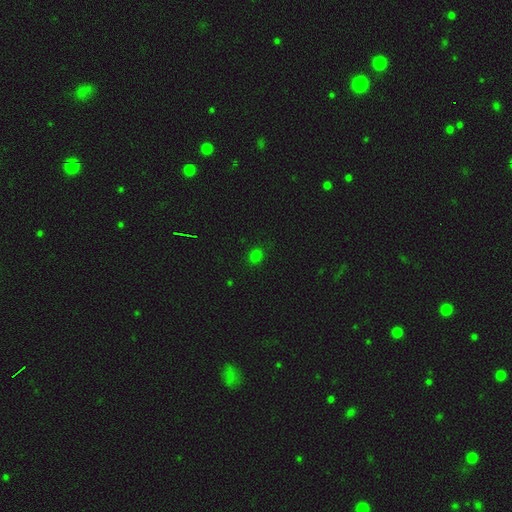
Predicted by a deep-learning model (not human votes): Smooth or featured?
  - smooth: 77% *
  - star or artifact: 19%
  - featured or disk: 4%
How rounded?
  - round: 58% *
  - in between: 41%
  - cigar-shaped: 1%
Merging?
  - none: 88% *
  - minor disturbance: 9%
  - major disturbance: 2%
  - merger: 1%